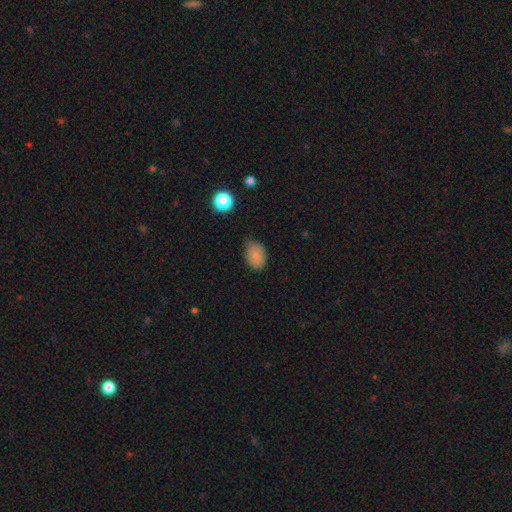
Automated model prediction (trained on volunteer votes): Morphology: type=smooth (81%); roundness=in between (81%); merging=none (67%).